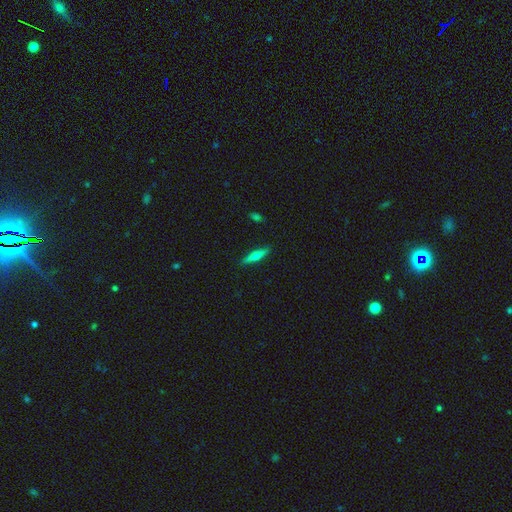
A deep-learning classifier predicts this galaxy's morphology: Smooth or featured: featured or disk — 53% (smooth — 41%)
Edge-on disk: yes — 96% (no — 4%)
Edge-on bulge: rounded — 91% (none — 5%)
Merging: none — 90% (minor disturbance — 7%)